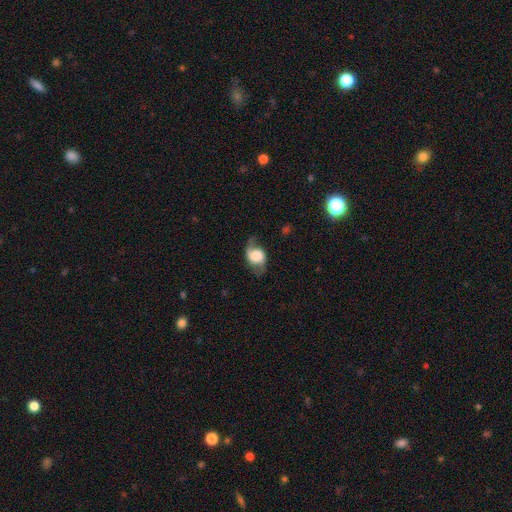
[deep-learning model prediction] This appears to be a featured or disk galaxy (51%). Merging: none (56%).